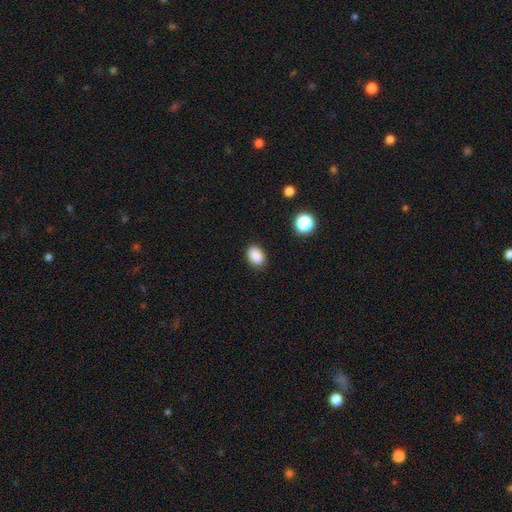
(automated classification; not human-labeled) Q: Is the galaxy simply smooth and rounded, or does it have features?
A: smooth — 88%.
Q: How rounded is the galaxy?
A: in between — 78%.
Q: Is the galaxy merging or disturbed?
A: none — 87%.